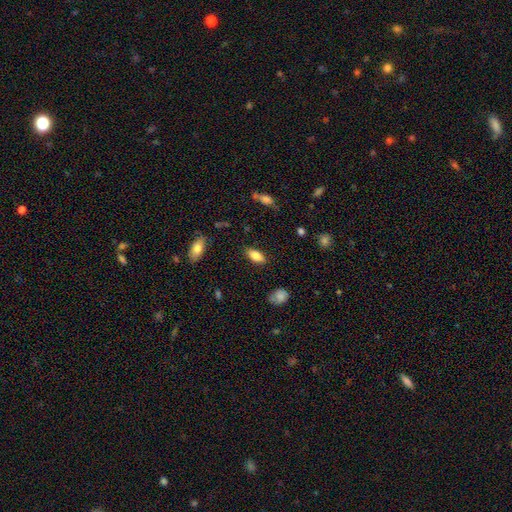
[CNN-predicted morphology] Smooth or featured? Predicted: smooth (p=0.79). How rounded? Predicted: in between (p=0.86). Merging? Predicted: none (p=0.85).